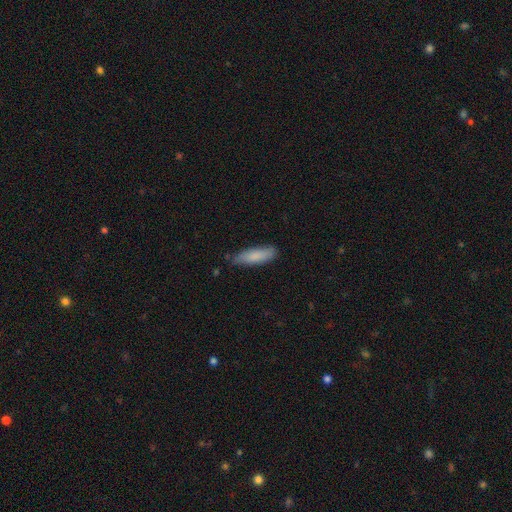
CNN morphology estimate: Smooth or featured: smooth — 84% (featured or disk — 11%)
How rounded: cigar-shaped — 59% (in between — 40%)
Merging: none — 76% (minor disturbance — 20%)